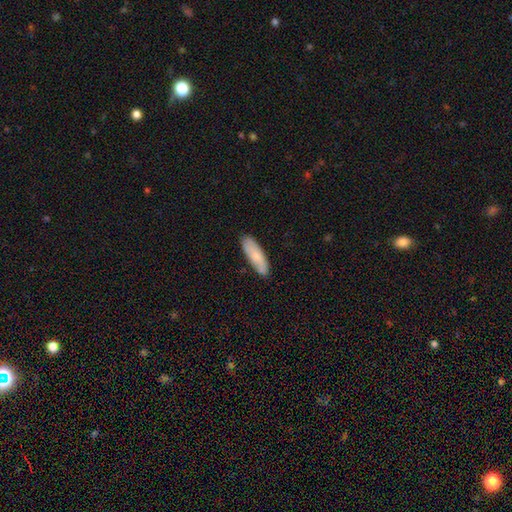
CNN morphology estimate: Smooth or featured?
  - smooth: 74% *
  - featured or disk: 20%
  - star or artifact: 6%
How rounded?
  - in between: 52% *
  - cigar-shaped: 46%
  - round: 2%
Merging?
  - none: 85% *
  - minor disturbance: 12%
  - major disturbance: 2%
  - merger: 1%